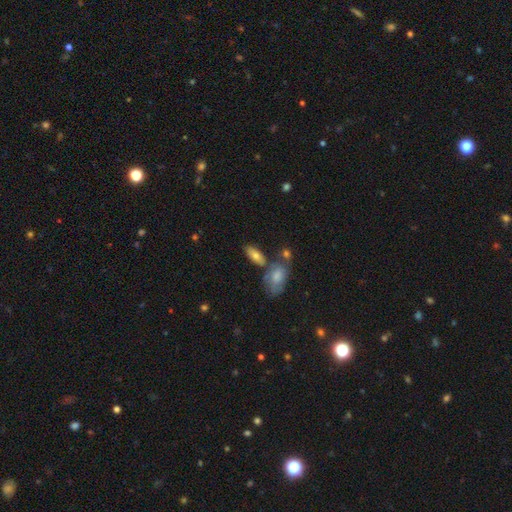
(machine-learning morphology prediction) This appears to be a smooth galaxy with no disk features (69%) that is in between round and cigar-shaped (81%). Merging: none (60%).